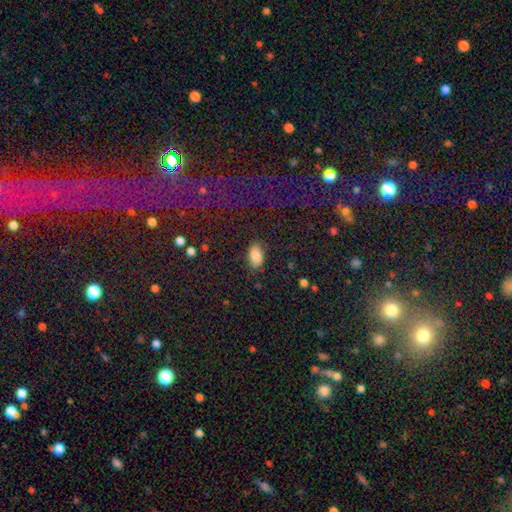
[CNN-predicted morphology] A smooth galaxy with no disk features (84%) that is in between round and cigar-shaped (92%). Merging: none (82%).